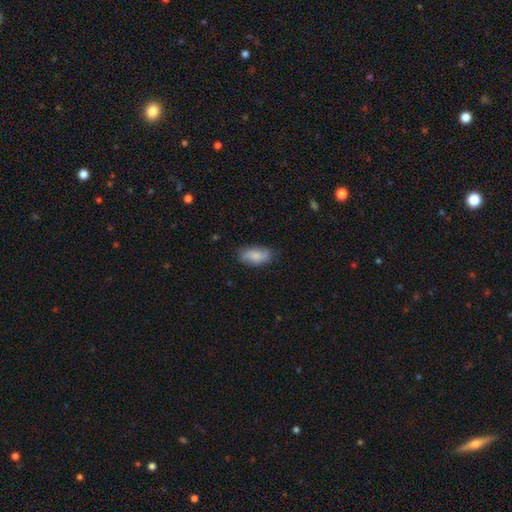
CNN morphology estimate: Smooth or featured?
  - smooth: 73% *
  - featured or disk: 21%
  - star or artifact: 7%
How rounded?
  - in between: 92% *
  - cigar-shaped: 4%
  - round: 4%
Merging?
  - none: 79% *
  - minor disturbance: 17%
  - major disturbance: 4%
  - merger: 1%